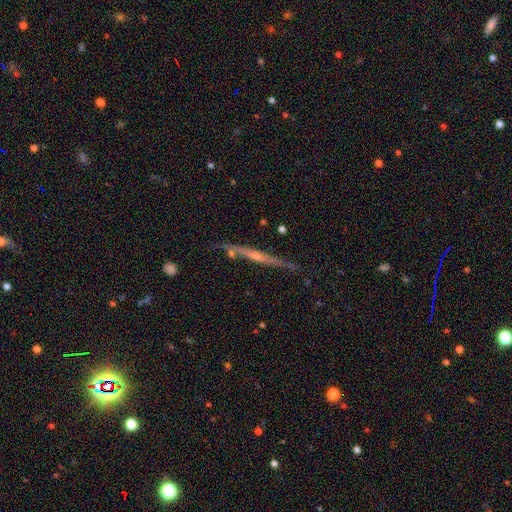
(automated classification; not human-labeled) Smooth or featured?
  - featured or disk: 76% *
  - smooth: 17%
  - star or artifact: 7%
Edge-on disk?
  - yes: 97% *
  - no: 3%
Edge-on bulge?
  - rounded: 61% *
  - none: 33%
  - boxy: 7%
Merging?
  - none: 80% *
  - minor disturbance: 13%
  - merger: 4%
  - major disturbance: 3%